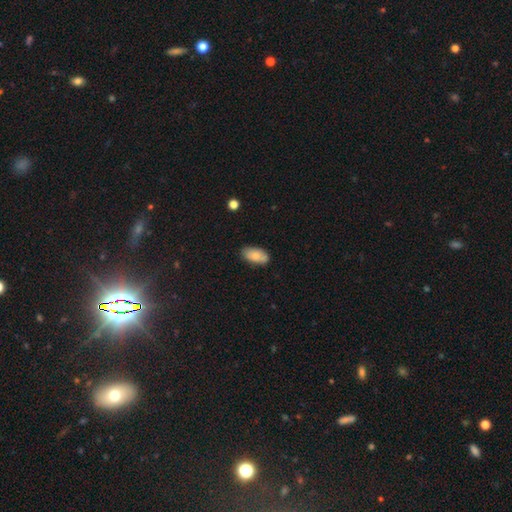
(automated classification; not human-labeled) This is likely a smooth galaxy (76%). How rounded: clearly in between (94%). Merging: likely none (79%).